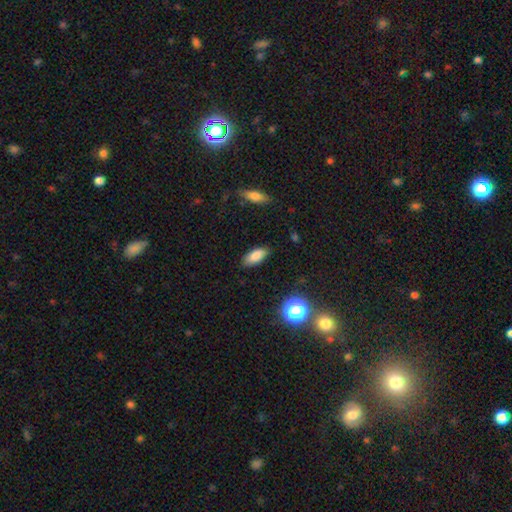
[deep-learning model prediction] Smooth or featured: smooth — 85% (star or artifact — 9%)
How rounded: in between — 86% (cigar-shaped — 11%)
Merging: none — 85% (minor disturbance — 11%)